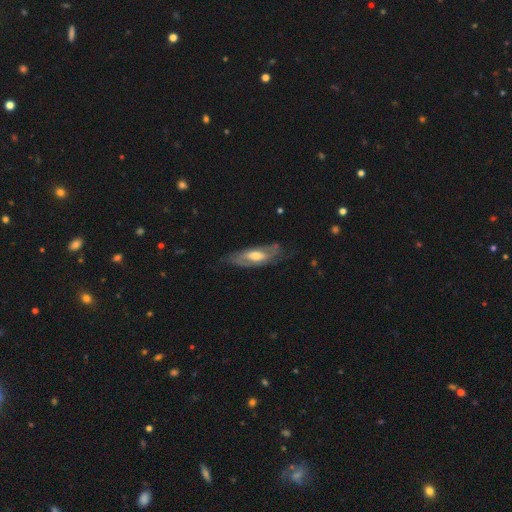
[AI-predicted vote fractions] smooth-or-featured: featured or disk: 69% | smooth: 26% | star or artifact: 5%
  disk-edge-on: no: 79% | yes: 21%
    bar: no: 52% | weak: 35% | strong: 13%
    has-spiral-arms: yes: 74% | no: 26%
    bulge-size: moderate: 66% | small: 18% | large: 13% | none: 2% | dominant: 1%
  merging: none: 64% | minor disturbance: 24% | major disturbance: 10% | merger: 2%